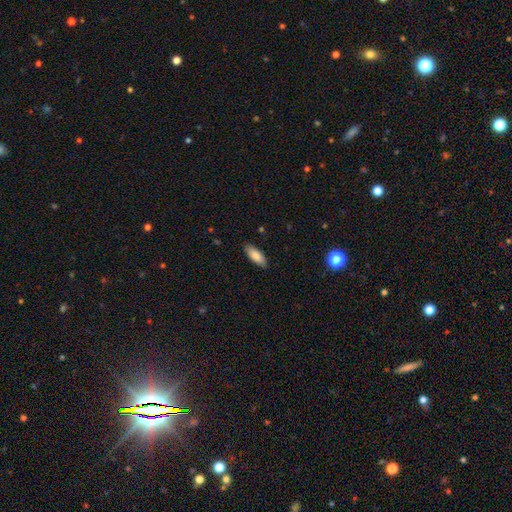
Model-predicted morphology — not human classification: smooth_or_featured: smooth (p=0.86) [alt: featured or disk p=0.08]
how_rounded: in between (p=0.79) [alt: cigar-shaped p=0.19]
merging: none (p=0.86) [alt: minor disturbance p=0.11]